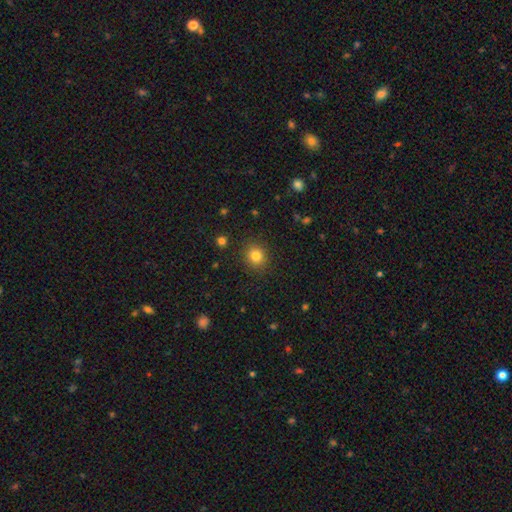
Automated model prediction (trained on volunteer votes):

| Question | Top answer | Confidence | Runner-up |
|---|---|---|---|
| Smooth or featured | smooth | 82% | star or artifact (12%) |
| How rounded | round | 77% | in between (22%) |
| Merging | none | 89% | minor disturbance (7%) |